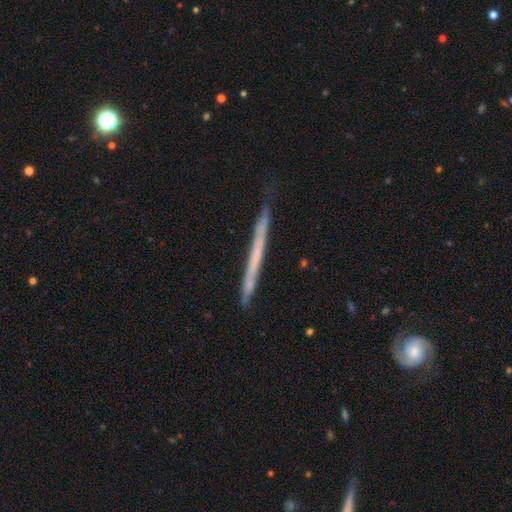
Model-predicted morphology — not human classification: This appears to be a featured or disk galaxy (56%) viewed edge-on (96%) with no central bulge (91%). Merging: none (82%).